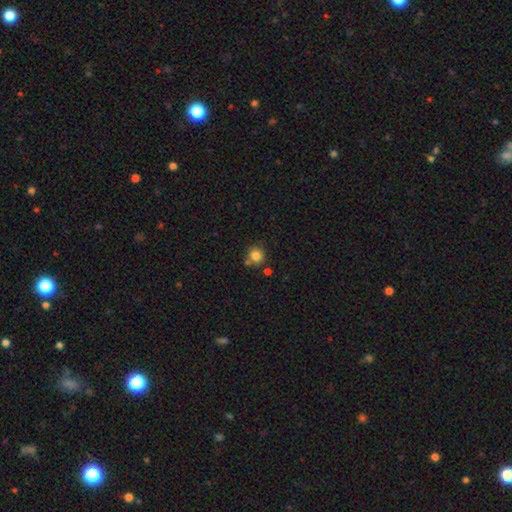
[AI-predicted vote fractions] A smooth galaxy with no disk features (83%) that is round (89%).

Vote fractions:
- Smooth or featured? smooth: 83% / star or artifact: 12% / featured or disk: 6%
- How rounded? round: 89% / in between: 10% / cigar-shaped: 1%
- Merging? none: 74% / merger: 13% / minor disturbance: 11% / major disturbance: 3%